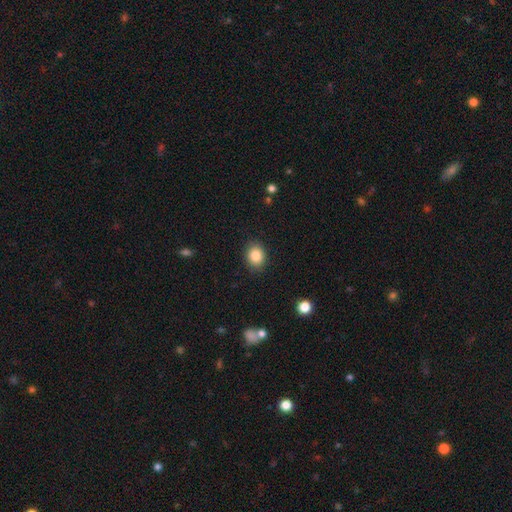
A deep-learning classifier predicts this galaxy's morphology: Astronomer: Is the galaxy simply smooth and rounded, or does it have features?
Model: smooth — 85%.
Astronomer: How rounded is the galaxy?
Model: round — 52% (runner-up: in between, 47%).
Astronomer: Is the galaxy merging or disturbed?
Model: none — 88%.